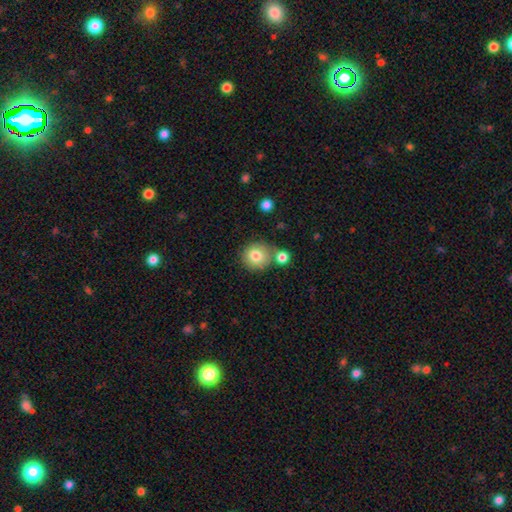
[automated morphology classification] This is likely a smooth galaxy (79%). How rounded: clearly round (89%). Merging: likely none (66%).